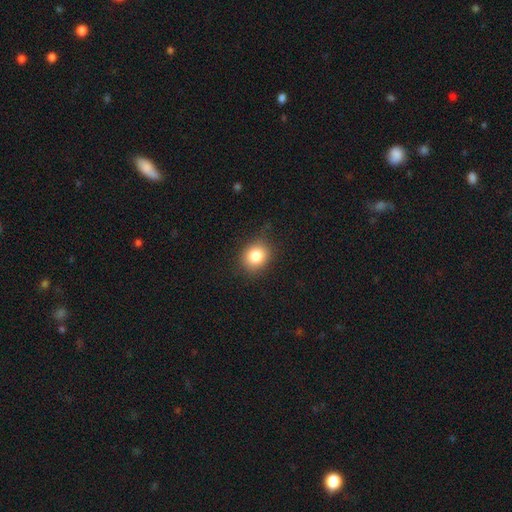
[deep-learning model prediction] Smooth or featured: smooth — 82% (star or artifact — 11%)
How rounded: round — 66% (in between — 33%)
Merging: none — 81% (minor disturbance — 14%)